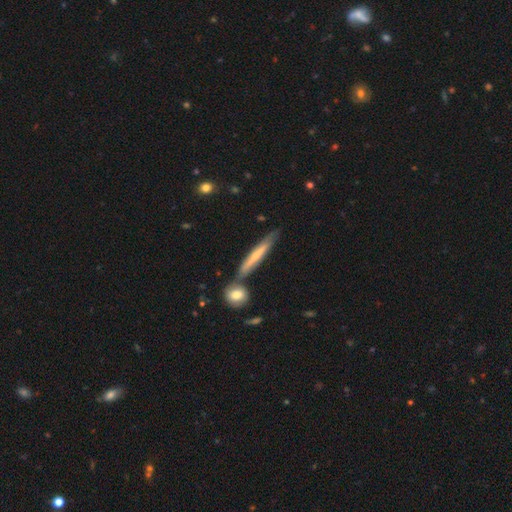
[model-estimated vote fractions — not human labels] This appears to be a featured or disk galaxy (51%) viewed edge-on (88%). Merging: none (67%).